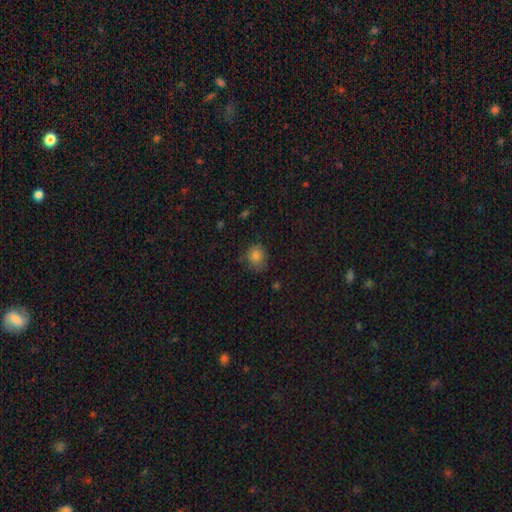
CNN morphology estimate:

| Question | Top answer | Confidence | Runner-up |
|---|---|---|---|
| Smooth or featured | smooth | 82% | star or artifact (12%) |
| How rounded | round | 66% | in between (33%) |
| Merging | none | 72% | minor disturbance (21%) |